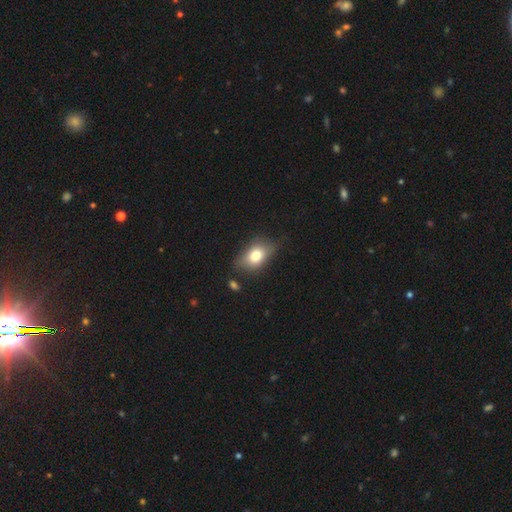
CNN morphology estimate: Smooth or featured?
  - smooth: 74% *
  - featured or disk: 17%
  - star or artifact: 9%
How rounded?
  - in between: 83% *
  - round: 14%
  - cigar-shaped: 2%
Merging?
  - none: 68% *
  - minor disturbance: 23%
  - major disturbance: 6%
  - merger: 4%